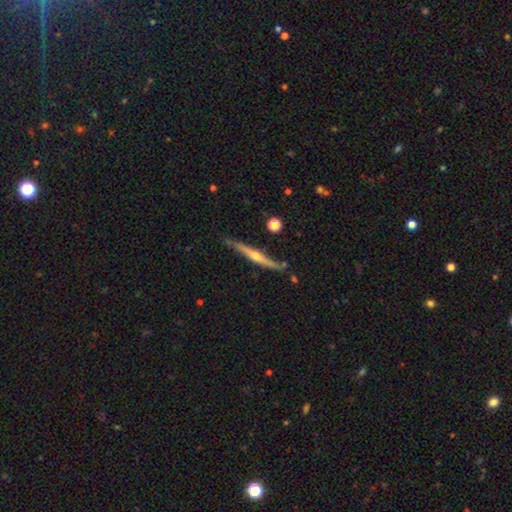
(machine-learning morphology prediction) smooth_or_featured: featured or disk (p=0.73) [alt: smooth p=0.21]
disk_edge_on: yes (p=0.96) [alt: no p=0.04]
edge_on_bulge: rounded (p=0.86) [alt: none p=0.10]
merging: none (p=0.75) [alt: minor disturbance p=0.17]